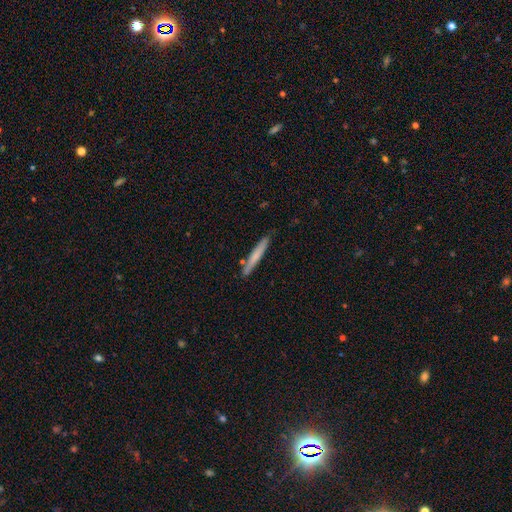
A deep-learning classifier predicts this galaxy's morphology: Smooth or featured?
  - smooth: 65% *
  - featured or disk: 30%
  - star or artifact: 5%
How rounded?
  - cigar-shaped: 96% *
  - in between: 3%
  - round: 1%
Merging?
  - none: 86% *
  - minor disturbance: 10%
  - merger: 3%
  - major disturbance: 2%